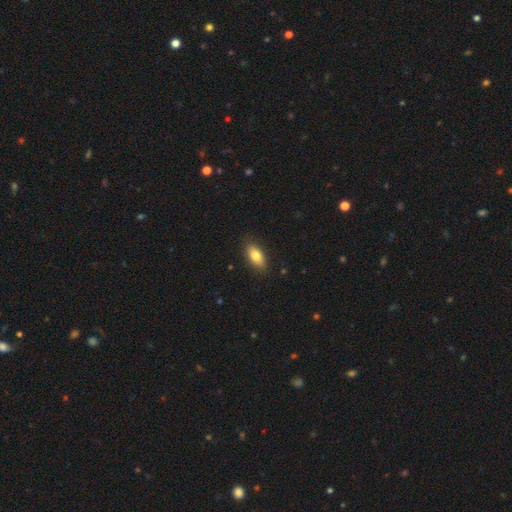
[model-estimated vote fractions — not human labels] smooth_or_featured: smooth (p=0.80) [alt: featured or disk p=0.13]
how_rounded: in between (p=0.87) [alt: cigar-shaped p=0.10]
merging: none (p=0.87) [alt: minor disturbance p=0.10]